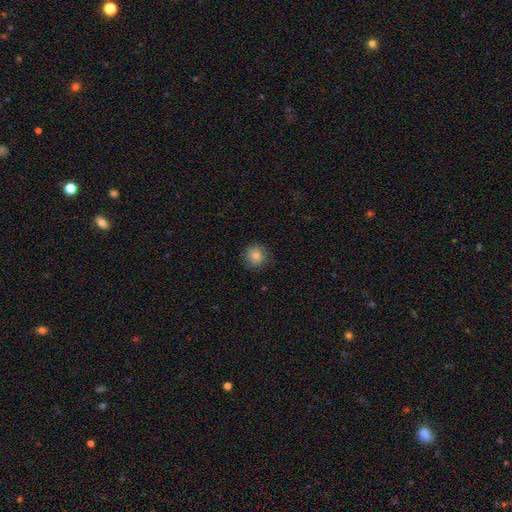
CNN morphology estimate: Smooth or featured? smooth (85%)
How rounded? round (90%)
Merging? none (85%)